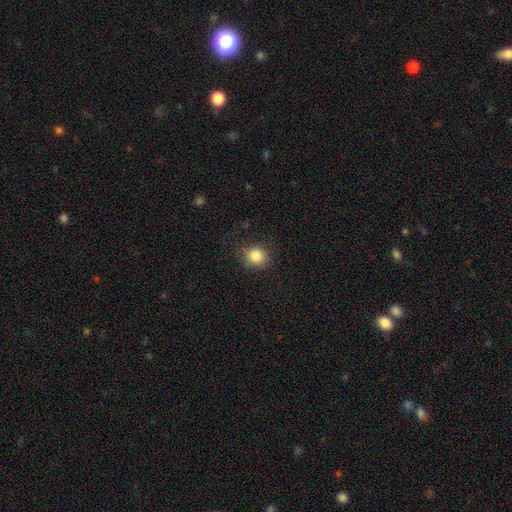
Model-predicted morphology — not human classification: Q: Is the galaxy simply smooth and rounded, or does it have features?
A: smooth — 85%.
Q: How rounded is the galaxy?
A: round — 88%.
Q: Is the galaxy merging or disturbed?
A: none — 84%.